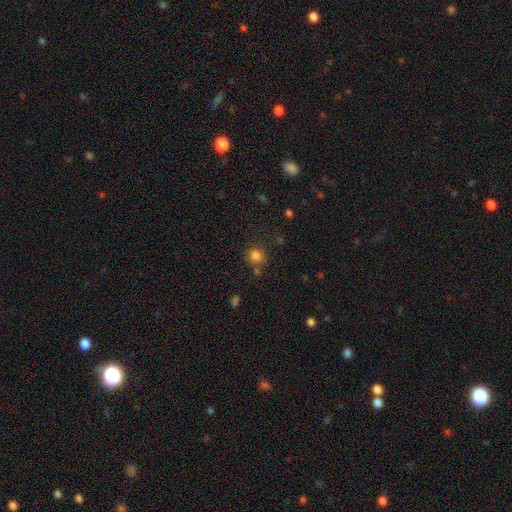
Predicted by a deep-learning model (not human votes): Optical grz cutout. It shows a smooth galaxy with no disk features (81%) that is round (88%). Merging: none (74%).